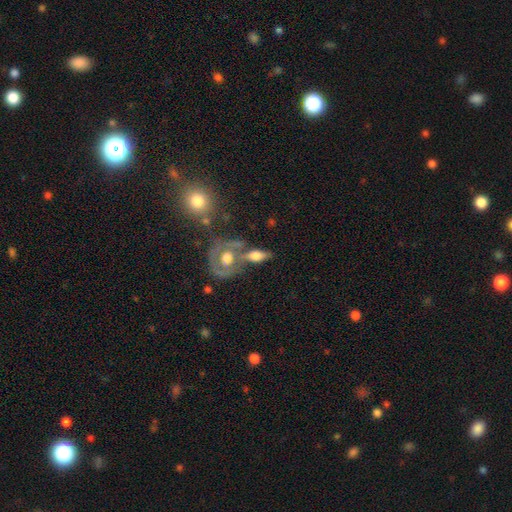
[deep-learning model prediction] Smooth or featured? smooth (54%)
How rounded? in between (71%)
Merging? none (42%)